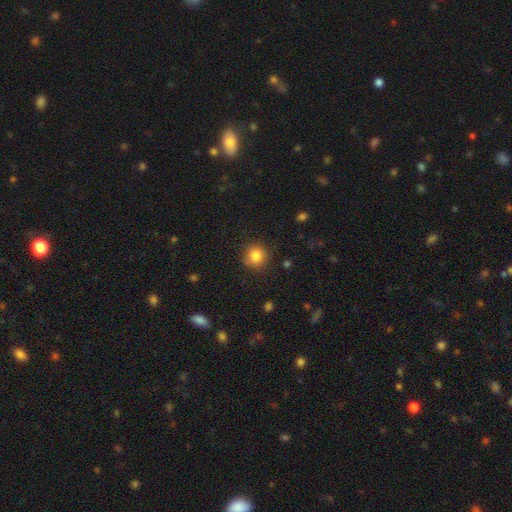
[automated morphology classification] Smooth or featured? smooth (84%)
How rounded? round (91%)
Merging? none (87%)